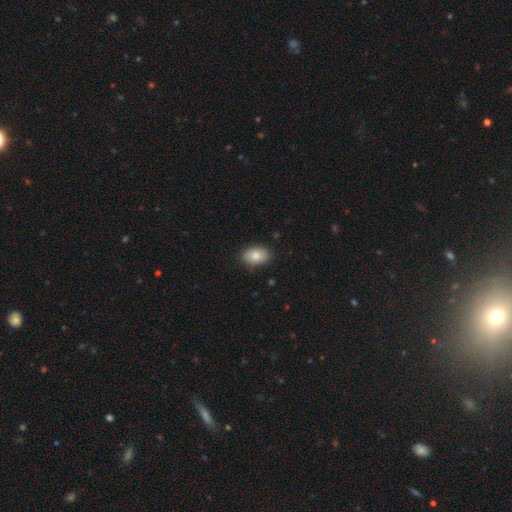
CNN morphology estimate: Q: Smooth or featured?
A: smooth (85%); runner-up: featured or disk (7%)
Q: How rounded?
A: in between (85%); runner-up: round (13%)
Q: Merging?
A: none (86%); runner-up: minor disturbance (11%)